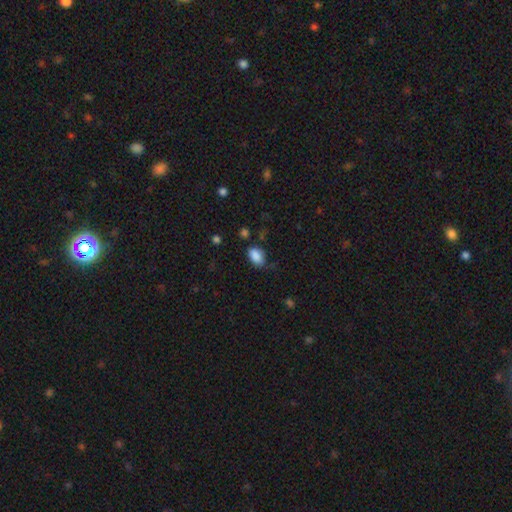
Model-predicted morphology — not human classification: This appears to be a smooth galaxy with no disk features (87%) that is in between round and cigar-shaped (90%). Merging: none (67%).